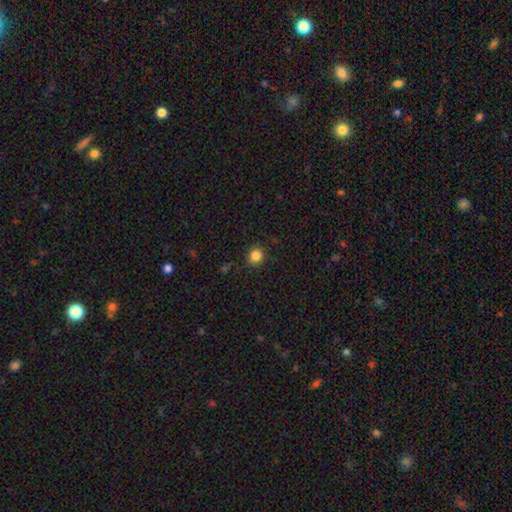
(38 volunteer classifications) Smooth or featured: smooth — 87% (star or artifact — 8%)
How rounded: round — 97% (in between — 3%)
Merging: none — 91% (minor disturbance — 6%)